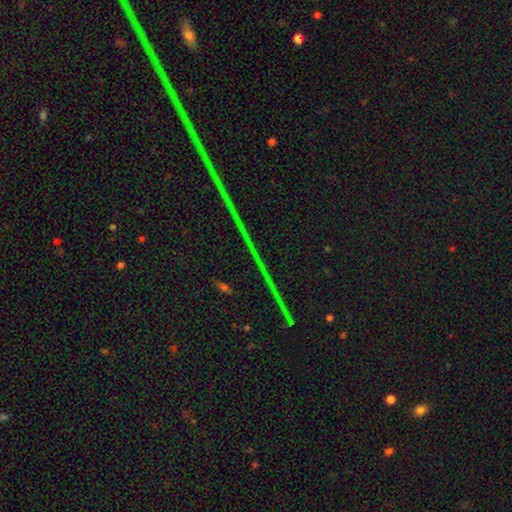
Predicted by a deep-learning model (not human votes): This is clearly a star or artifact rather than a galaxy (86%).